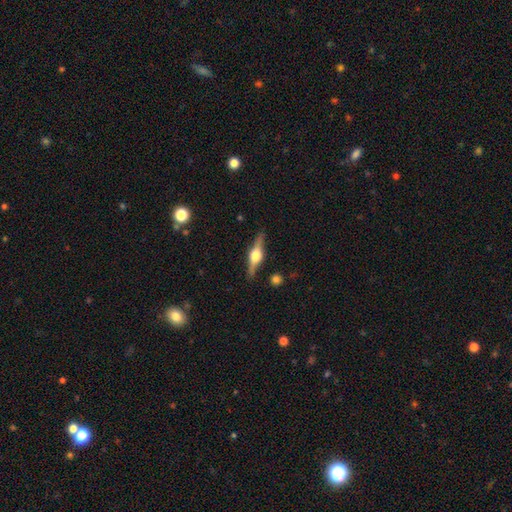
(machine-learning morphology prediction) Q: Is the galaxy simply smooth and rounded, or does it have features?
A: featured or disk — 79%.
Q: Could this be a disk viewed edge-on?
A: yes — 98%.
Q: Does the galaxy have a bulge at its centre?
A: rounded — 94%.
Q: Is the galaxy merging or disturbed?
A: none — 88%.